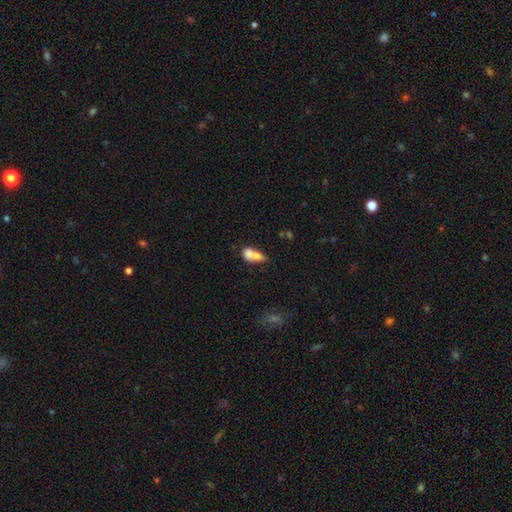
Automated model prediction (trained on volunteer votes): The model was most divided on "merging": merger: 59%, none: 22%, minor disturbance: 12%, major disturbance: 7%. More confident: how rounded — in between (75%); smooth or featured — smooth (71%).